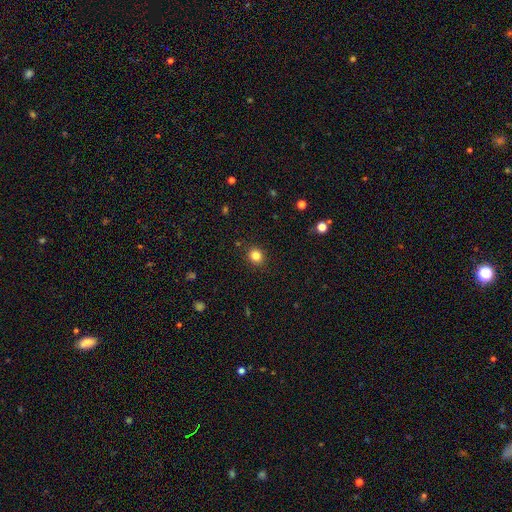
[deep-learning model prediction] Smooth or featured?
  - smooth: 82% *
  - star or artifact: 13%
  - featured or disk: 5%
How rounded?
  - round: 82% *
  - in between: 17%
  - cigar-shaped: 1%
Merging?
  - none: 91% *
  - minor disturbance: 6%
  - major disturbance: 2%
  - merger: 1%